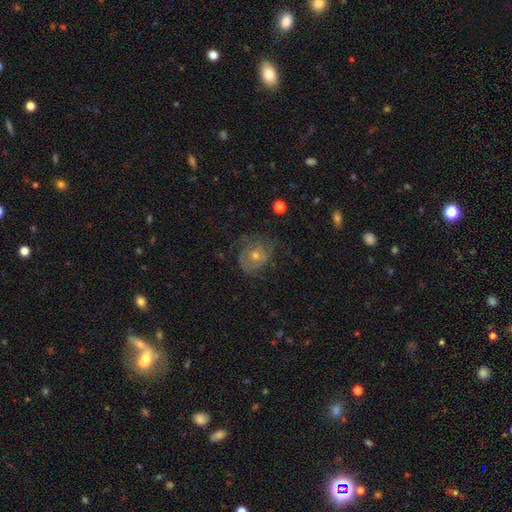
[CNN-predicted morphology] Smooth or featured? featured or disk (67%)
Edge-on disk? no (97%)
Bar? no (80%)
Spiral arms? yes (79%)
Spiral winding? tight (59%)
Spiral arm count? can't tell (41%)
Bulge size? moderate (58%)
Merging? none (67%)